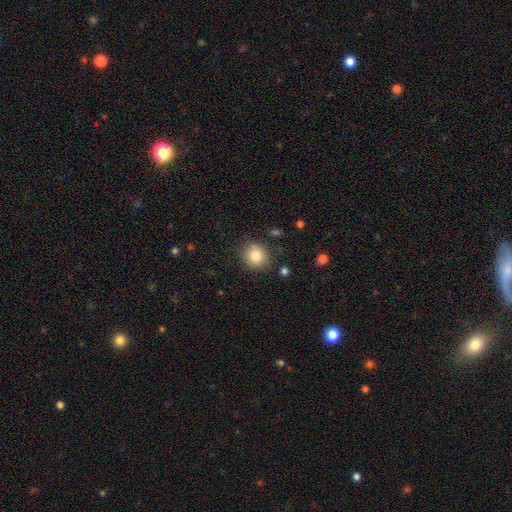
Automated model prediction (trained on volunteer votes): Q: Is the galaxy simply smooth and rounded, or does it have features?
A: smooth — 82%.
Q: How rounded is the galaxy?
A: round — 82%.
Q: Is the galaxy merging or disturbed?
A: none — 86%.